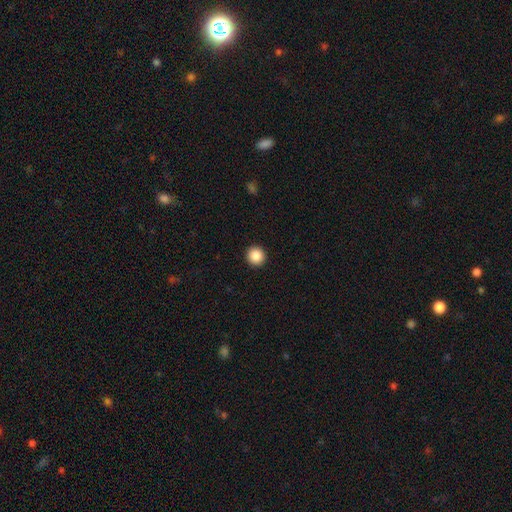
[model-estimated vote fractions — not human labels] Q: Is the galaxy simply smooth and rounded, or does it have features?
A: smooth — 88%.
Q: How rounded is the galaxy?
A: round — 95%.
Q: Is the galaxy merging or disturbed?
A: none — 94%.